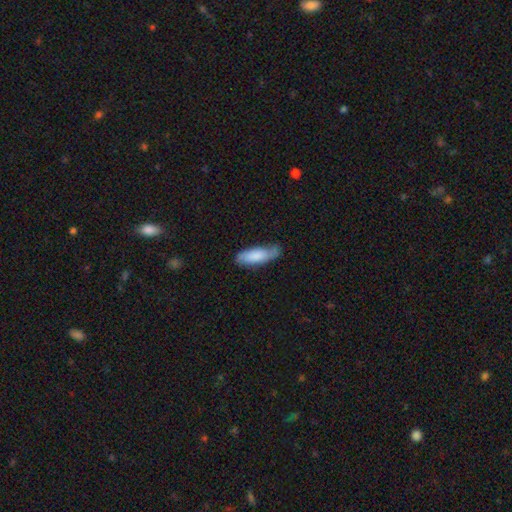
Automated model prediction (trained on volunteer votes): smooth-or-featured: smooth: 72% | featured or disk: 22% | star or artifact: 6%
  how-rounded: in between: 59% | cigar-shaped: 39% | round: 2%
  merging: none: 62% | minor disturbance: 30% | major disturbance: 7% | merger: 2%